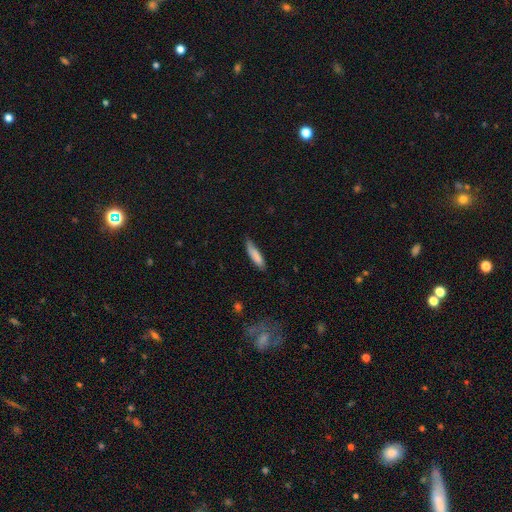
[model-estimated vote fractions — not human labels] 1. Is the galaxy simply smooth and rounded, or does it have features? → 82% smooth, 12% featured or disk, 6% star or artifact.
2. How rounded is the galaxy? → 74% cigar-shaped, 24% in between, 1% round.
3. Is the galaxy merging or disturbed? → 66% none, 27% minor disturbance, 5% major disturbance, 2% merger.